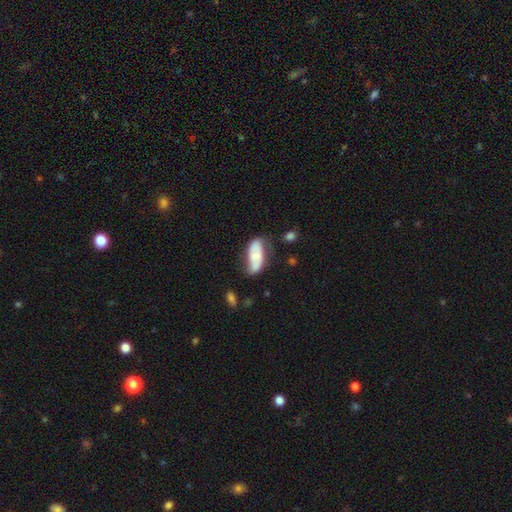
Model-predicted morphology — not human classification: A smooth galaxy with no disk features (55%) that is in between round and cigar-shaped (88%). Merging: none (49%).